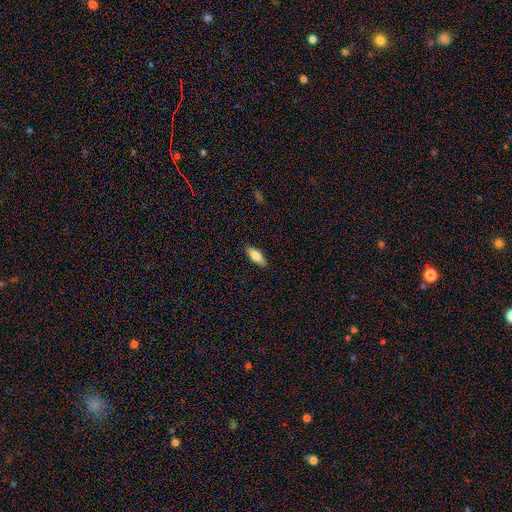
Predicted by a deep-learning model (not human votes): Smooth or featured? smooth (80%)
How rounded? in between (67%)
Merging? none (87%)